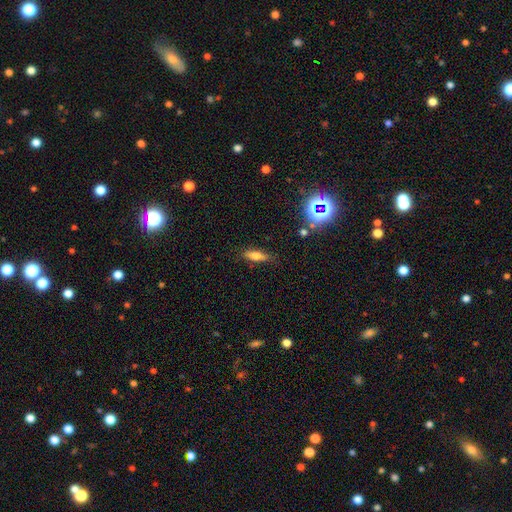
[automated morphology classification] Smooth or featured?
  - smooth: 63% *
  - featured or disk: 27%
  - star or artifact: 11%
How rounded?
  - cigar-shaped: 49% *
  - in between: 48%
  - round: 3%
Merging?
  - none: 78% *
  - minor disturbance: 16%
  - major disturbance: 4%
  - merger: 2%